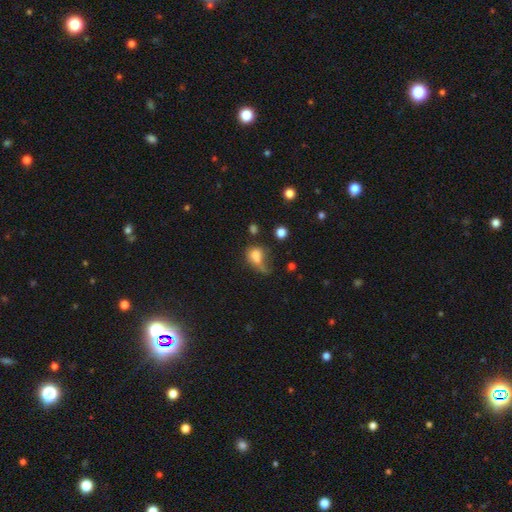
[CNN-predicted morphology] Smooth or featured?
  - smooth: 71% *
  - featured or disk: 16%
  - star or artifact: 13%
How rounded?
  - in between: 59% *
  - round: 38%
  - cigar-shaped: 3%
Merging?
  - major disturbance: 35% *
  - none: 23%
  - minor disturbance: 22%
  - merger: 19%